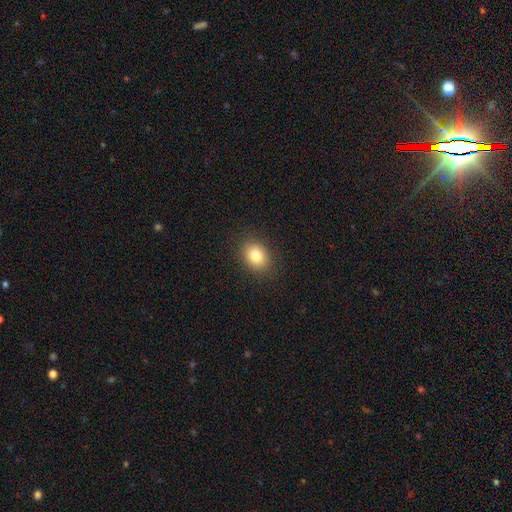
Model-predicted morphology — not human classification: Smooth or featured?
  - smooth: 82% *
  - star or artifact: 10%
  - featured or disk: 8%
How rounded?
  - in between: 54% *
  - round: 45%
  - cigar-shaped: 1%
Merging?
  - none: 88% *
  - minor disturbance: 8%
  - major disturbance: 3%
  - merger: 1%